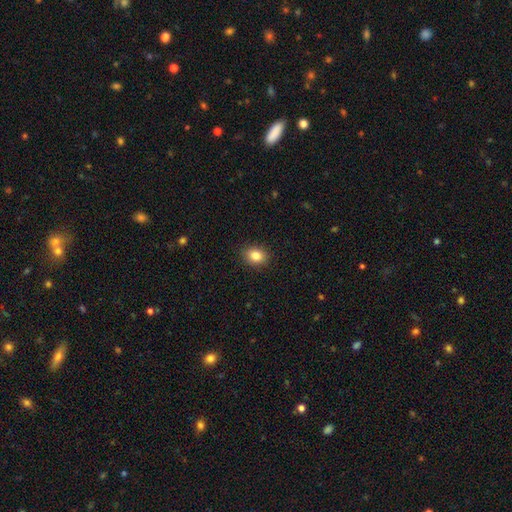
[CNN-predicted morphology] Overall: smooth (85%). How rounded: in between (62%; round 37%). Merging: none (89%).